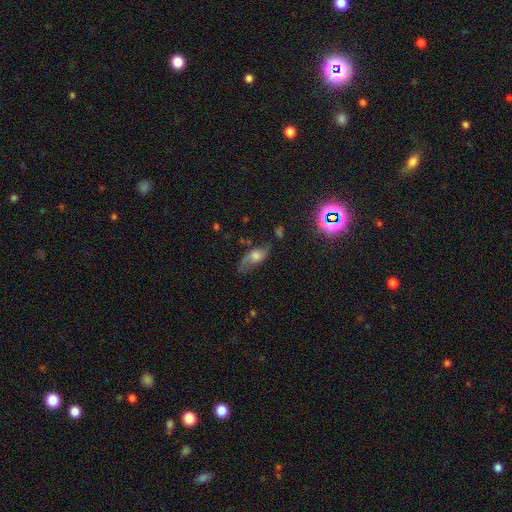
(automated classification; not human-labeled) Q: Smooth or featured?
A: featured or disk (47%); runner-up: smooth (41%)
Q: Merging?
A: none (50%); runner-up: minor disturbance (28%)